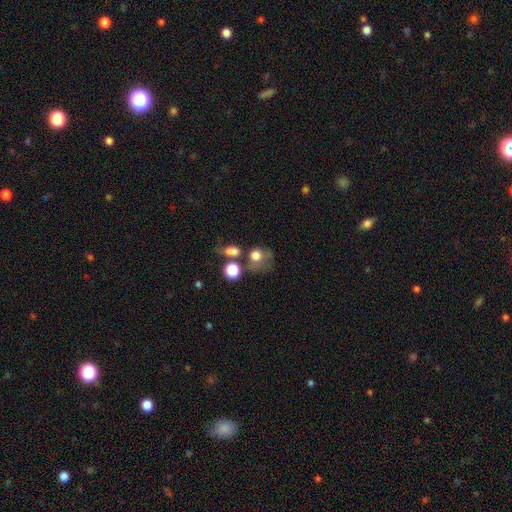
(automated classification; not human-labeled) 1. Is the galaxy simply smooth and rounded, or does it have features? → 69% smooth, 17% featured or disk, 14% star or artifact.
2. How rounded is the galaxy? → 69% round, 30% in between, 1% cigar-shaped.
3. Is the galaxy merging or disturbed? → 34% none, 30% merger, 20% major disturbance, 16% minor disturbance.